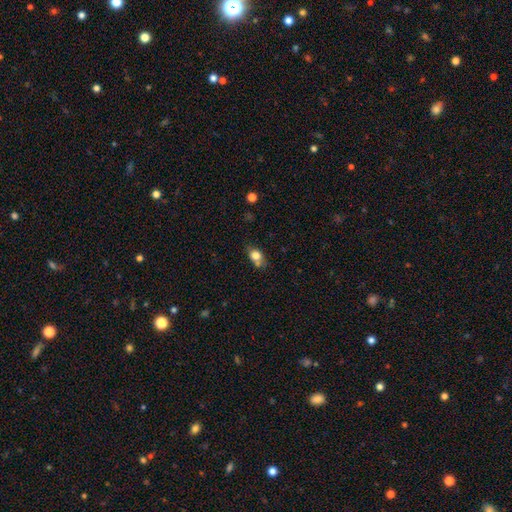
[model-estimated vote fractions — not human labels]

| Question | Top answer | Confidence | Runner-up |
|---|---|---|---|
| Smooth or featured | smooth | 78% | featured or disk (12%) |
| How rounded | in between | 61% | round (37%) |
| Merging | none | 53% | merger (21%) |